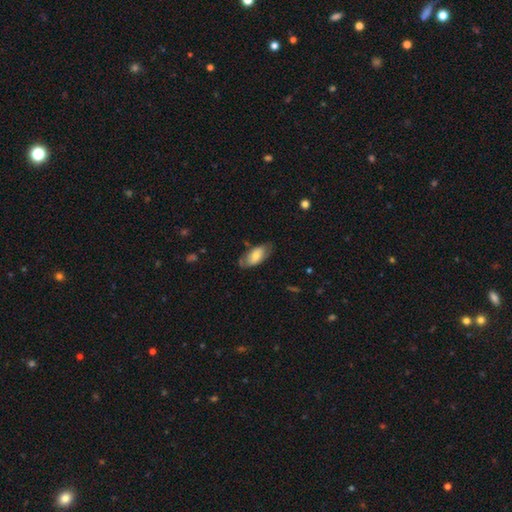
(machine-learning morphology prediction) Smooth or featured? smooth (67%)
How rounded? in between (91%)
Merging? none (69%)